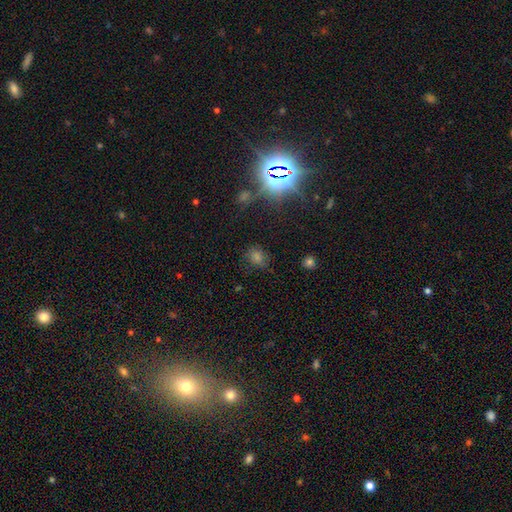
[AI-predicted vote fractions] star or artifact 46%, smooth 45%, featured or disk 9%.